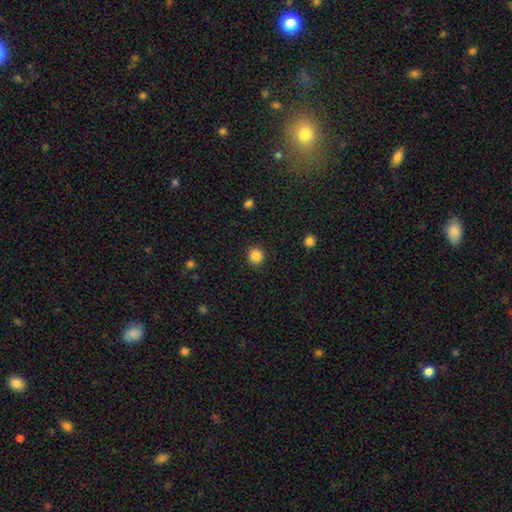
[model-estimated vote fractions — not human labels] The model was most divided on "smooth or featured": smooth: 86%, star or artifact: 11%, featured or disk: 4%. More confident: how rounded — round (93%); merging — none (92%).